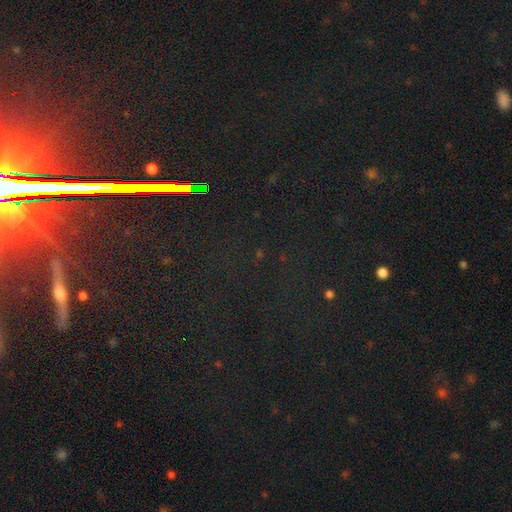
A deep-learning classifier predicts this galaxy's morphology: Smooth or featured: star or artifact — 84% (featured or disk — 8%)